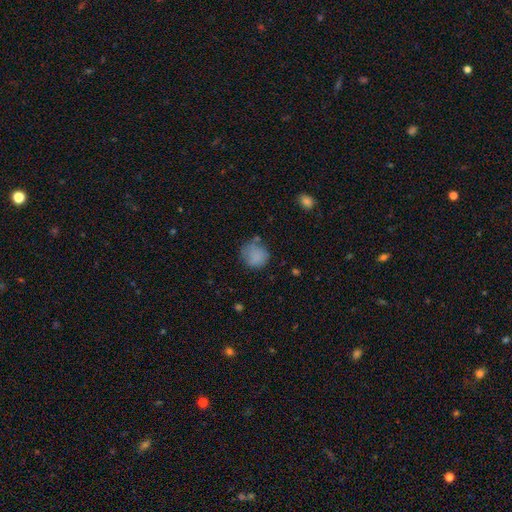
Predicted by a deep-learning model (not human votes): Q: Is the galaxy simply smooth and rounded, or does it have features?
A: smooth — 80%.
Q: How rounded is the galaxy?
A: round — 83%.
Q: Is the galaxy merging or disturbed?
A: none — 60%.